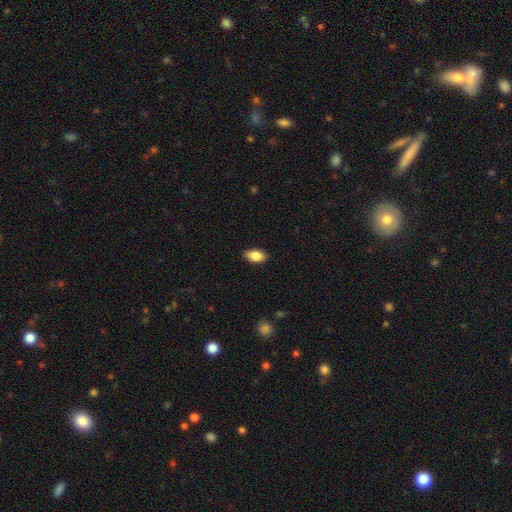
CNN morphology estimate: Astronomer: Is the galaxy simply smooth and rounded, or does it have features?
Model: smooth — 86%.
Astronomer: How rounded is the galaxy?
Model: in between — 92%.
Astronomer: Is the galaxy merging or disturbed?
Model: none — 87%.